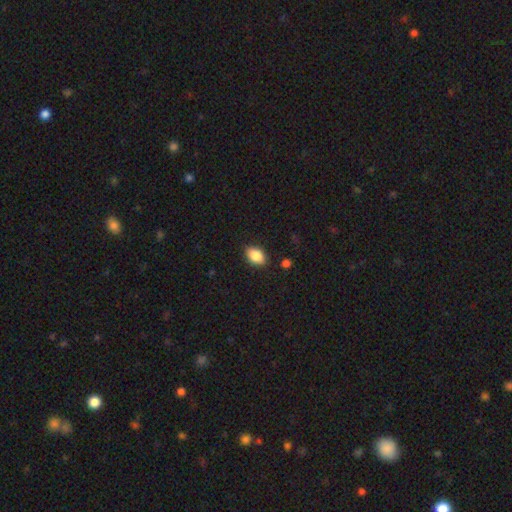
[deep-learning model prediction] smooth-or-featured: smooth: 86% | star or artifact: 8% | featured or disk: 7%
  how-rounded: in between: 88% | round: 11% | cigar-shaped: 2%
  merging: none: 86% | minor disturbance: 10% | major disturbance: 2% | merger: 2%